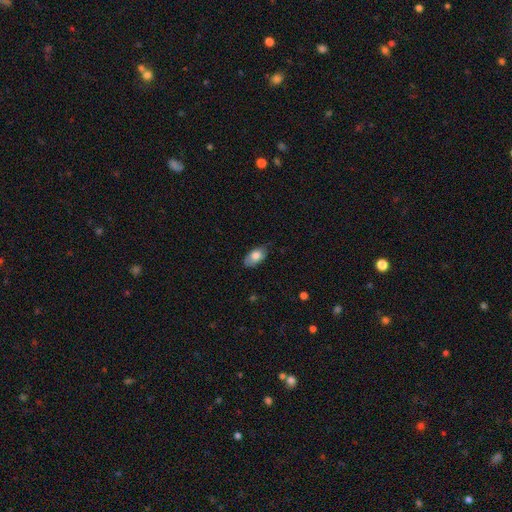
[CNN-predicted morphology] Overall: smooth (77%). How rounded: in between (92%). Merging: none (72%).